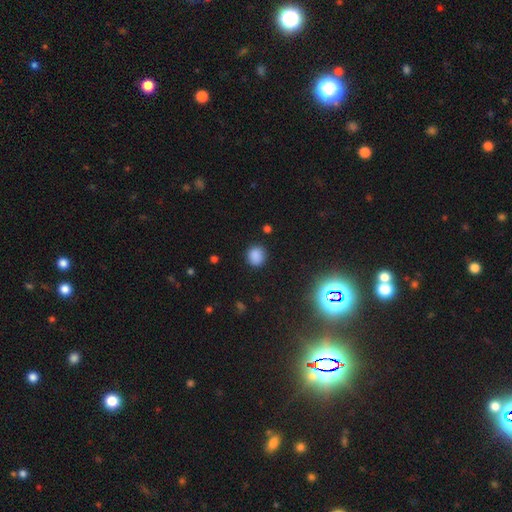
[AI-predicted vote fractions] The model was most divided on "how rounded": round: 83%, in between: 16%, cigar-shaped: 1%. More confident: merging — none (87%); smooth or featured — smooth (83%).